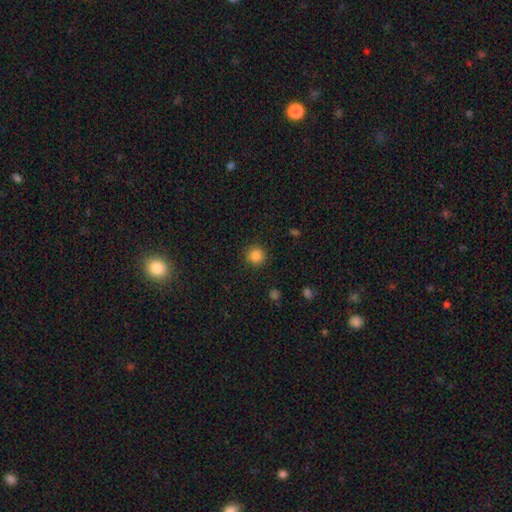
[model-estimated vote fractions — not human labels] This appears to be a smooth galaxy with no disk features (85%) that is round (94%). Merging: none (91%).